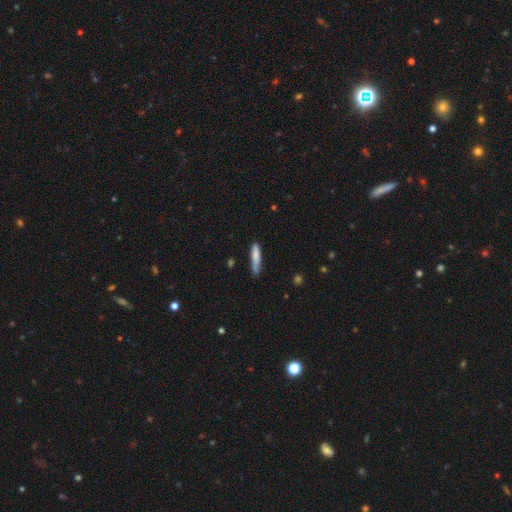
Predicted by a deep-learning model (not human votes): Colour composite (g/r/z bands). It shows a smooth galaxy with no disk features (78%) that is cigar-shaped (87%). Merging: none (67%).